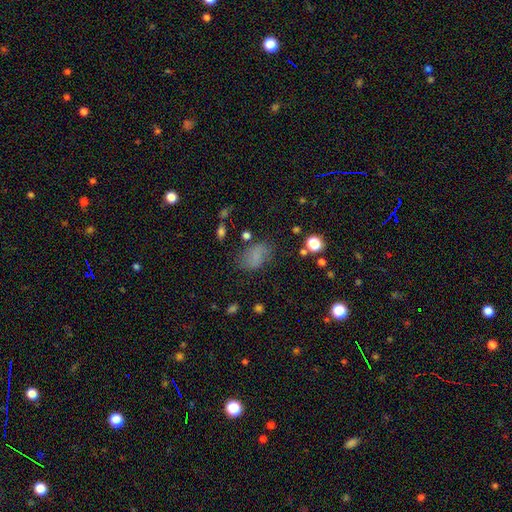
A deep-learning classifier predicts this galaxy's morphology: A smooth galaxy with no disk features (69%) that is in between round and cigar-shaped (83%). Merging: none (62%).